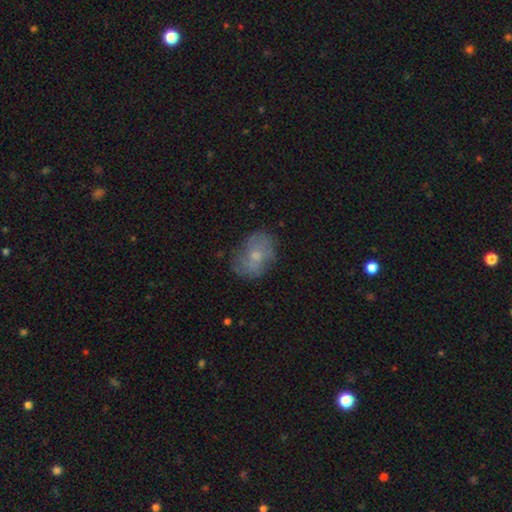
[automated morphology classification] Smooth or featured? smooth (56%)
How rounded? in between (71%)
Merging? none (64%)